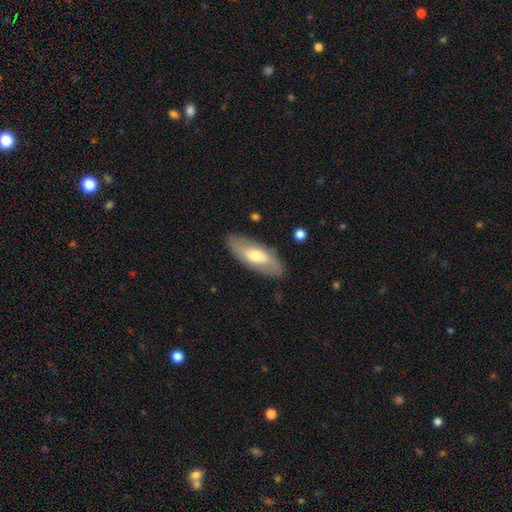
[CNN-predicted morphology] type=smooth (61%); roundness=in between (78%); merging=none (84%).